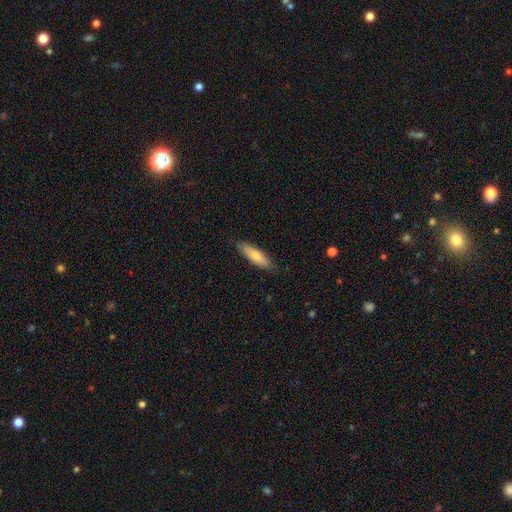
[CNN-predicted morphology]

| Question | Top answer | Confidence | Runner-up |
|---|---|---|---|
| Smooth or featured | smooth | 76% | featured or disk (18%) |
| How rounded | cigar-shaped | 57% | in between (41%) |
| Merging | none | 83% | minor disturbance (14%) |